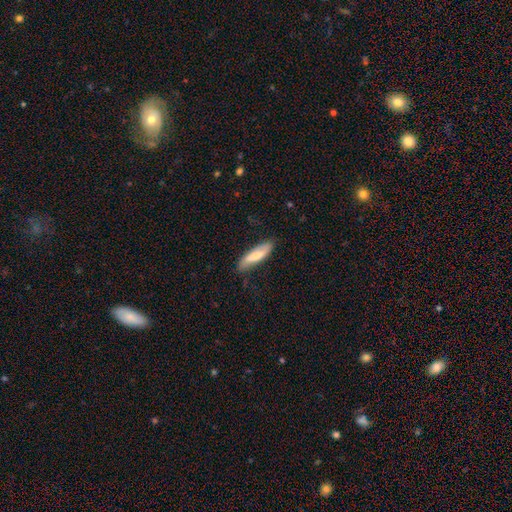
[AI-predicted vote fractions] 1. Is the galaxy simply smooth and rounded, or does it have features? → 65% smooth, 29% featured or disk, 6% star or artifact.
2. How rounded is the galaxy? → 62% cigar-shaped, 36% in between, 2% round.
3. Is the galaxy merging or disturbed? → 70% none, 23% minor disturbance, 5% major disturbance, 2% merger.